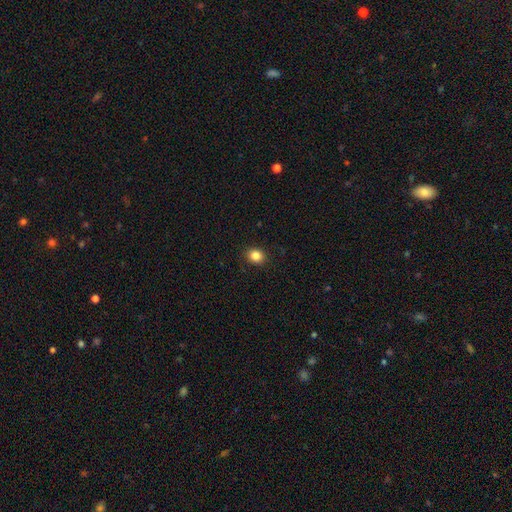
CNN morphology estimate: smooth 85%, star or artifact 11%, featured or disk 4%. Down the decision tree: how rounded — round (64%); merging — none (90%).